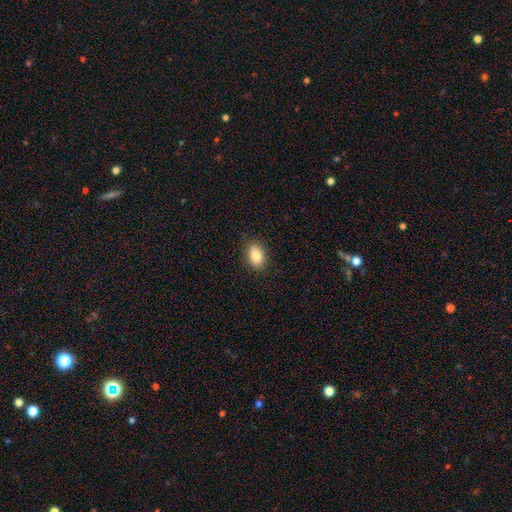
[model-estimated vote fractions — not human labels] Overall: smooth (85%). How rounded: in between (84%). Merging: none (88%).